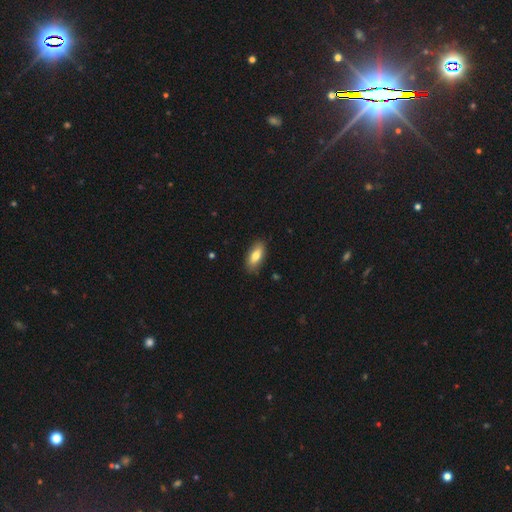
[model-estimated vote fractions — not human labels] Smooth or featured? Predicted: smooth (p=0.78). How rounded? Predicted: in between (p=0.84). Merging? Predicted: none (p=0.86).